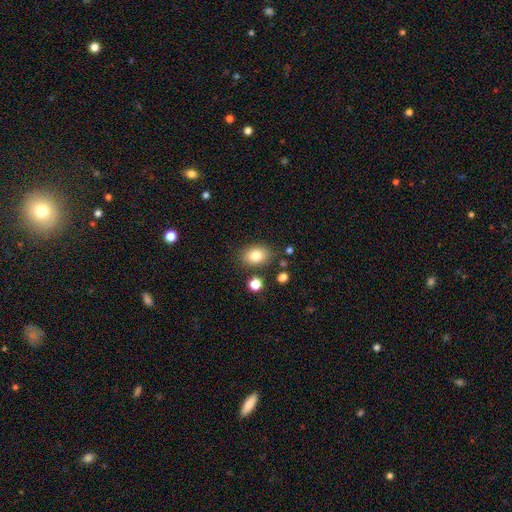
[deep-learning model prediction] smooth_or_featured: smooth (p=0.82) [alt: star or artifact p=0.10]
how_rounded: in between (p=0.72) [alt: round p=0.27]
merging: none (p=0.81) [alt: minor disturbance p=0.12]